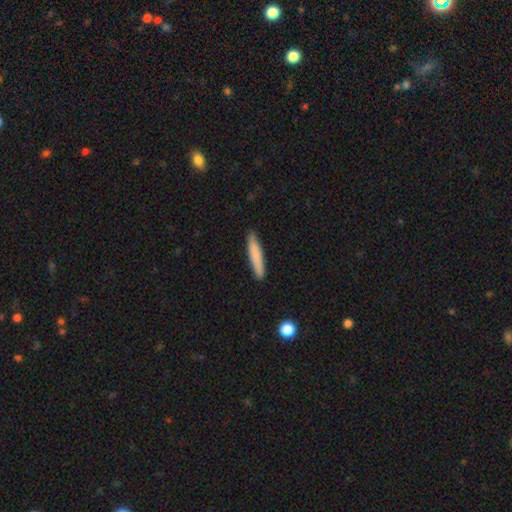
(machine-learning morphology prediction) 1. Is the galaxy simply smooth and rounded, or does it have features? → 79% smooth, 15% featured or disk, 6% star or artifact.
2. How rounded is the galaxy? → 92% cigar-shaped, 7% in between, 1% round.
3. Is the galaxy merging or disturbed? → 88% none, 9% minor disturbance, 2% major disturbance, 1% merger.